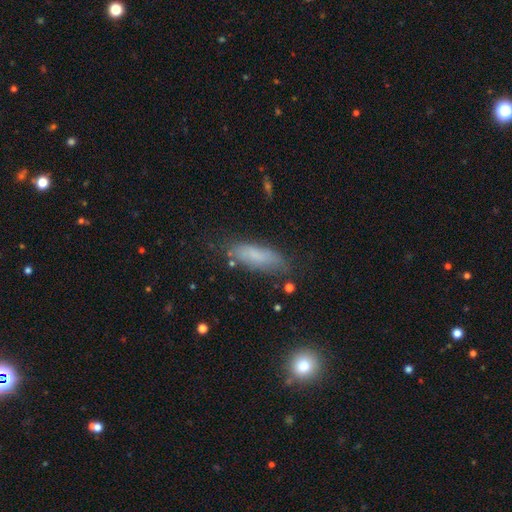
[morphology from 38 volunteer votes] smooth 68%, featured or disk 32%, star or artifact 0%. Down the decision tree: how rounded — in between (92%); merging — none (76%).